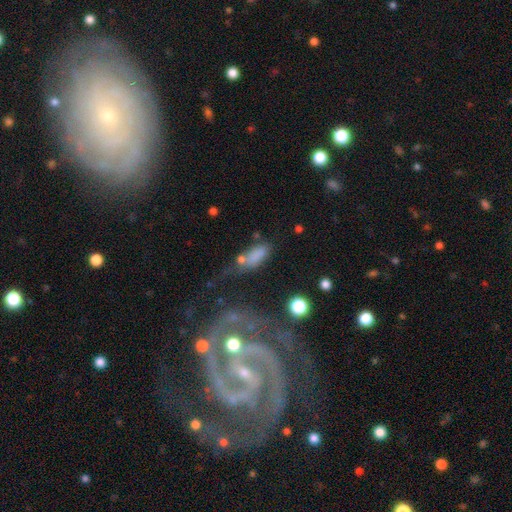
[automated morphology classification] Smooth or featured? smooth (76%)
How rounded? in between (78%)
Merging? none (42%)